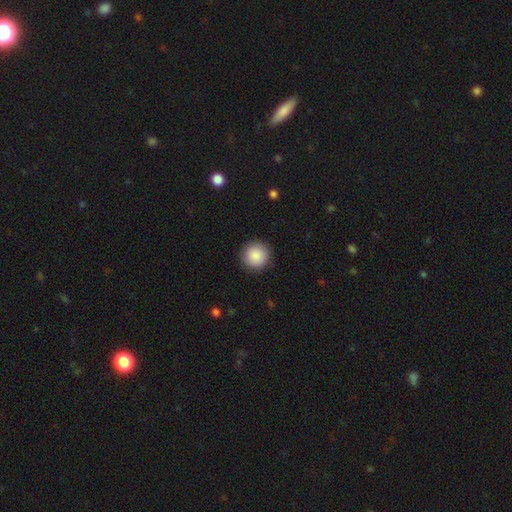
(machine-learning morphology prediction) A smooth galaxy with no disk features (88%) that is round (96%). Merging: none (92%).